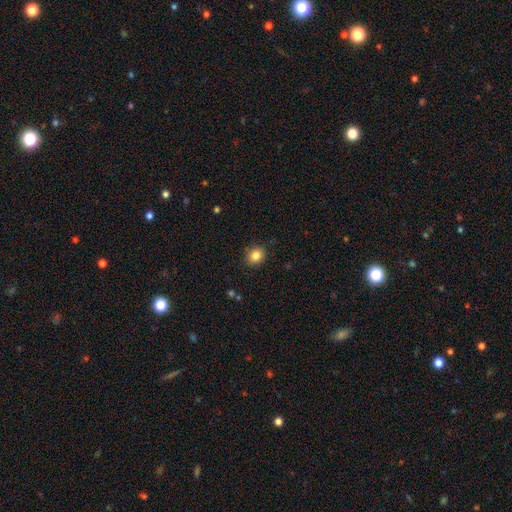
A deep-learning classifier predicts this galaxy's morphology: This is clearly a smooth galaxy (84%). How rounded: possibly round (59%). Merging: clearly none (86%).